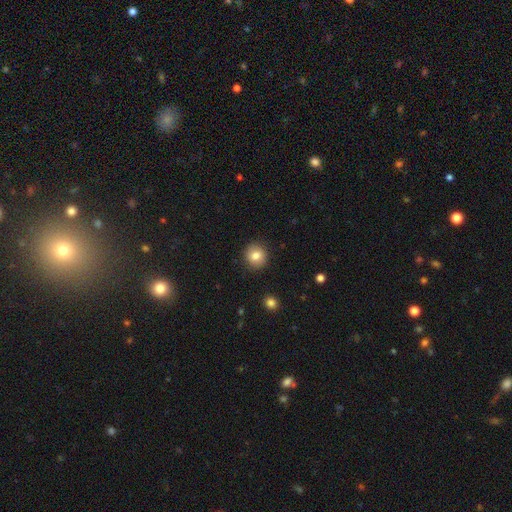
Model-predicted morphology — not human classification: smooth-or-featured: smooth: 81% | star or artifact: 10% | featured or disk: 9%
  how-rounded: round: 89% | in between: 11% | cigar-shaped: 1%
  merging: none: 90% | minor disturbance: 7% | major disturbance: 2% | merger: 1%